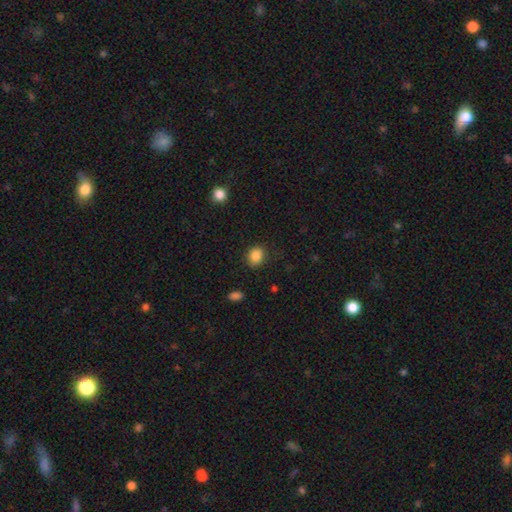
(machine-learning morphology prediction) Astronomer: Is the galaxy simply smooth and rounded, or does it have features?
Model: smooth — 86%.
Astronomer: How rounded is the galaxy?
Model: round — 63%.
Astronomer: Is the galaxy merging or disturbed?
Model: none — 84%.